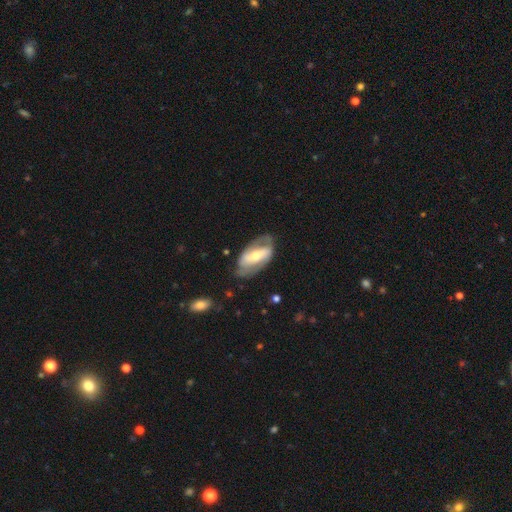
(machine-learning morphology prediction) Smooth or featured? featured or disk (75%)
Edge-on disk? no (93%)
Bar? strong (51%)
Spiral arms? yes (78%)
Spiral winding? medium (43%)
Spiral arm count? 2 (81%)
Bulge size? moderate (56%)
Merging? none (68%)